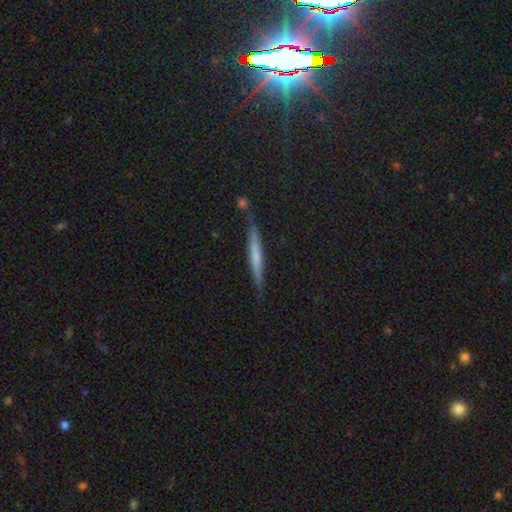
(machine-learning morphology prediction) This appears to be a smooth galaxy with no disk features (46%). Merging: none (81%).